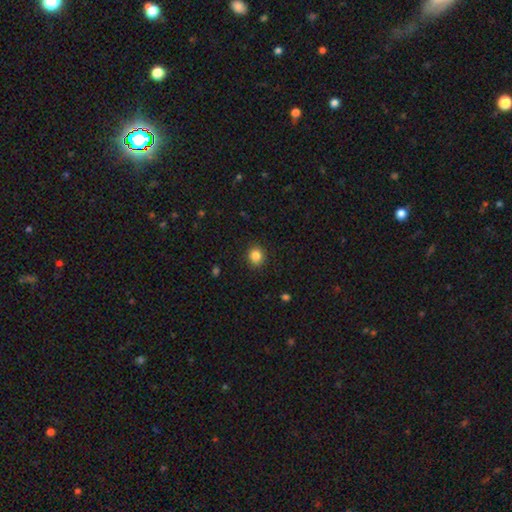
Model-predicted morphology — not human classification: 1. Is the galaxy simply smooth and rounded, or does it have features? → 85% smooth, 11% star or artifact, 5% featured or disk.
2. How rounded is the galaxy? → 82% round, 17% in between, 1% cigar-shaped.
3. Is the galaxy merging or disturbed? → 90% none, 7% minor disturbance, 2% major disturbance, 1% merger.